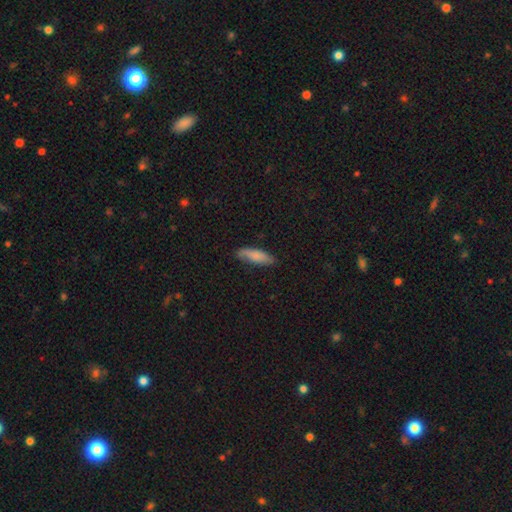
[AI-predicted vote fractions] This is likely a smooth galaxy (79%). How rounded: possibly cigar-shaped (50%). Merging: likely none (74%).